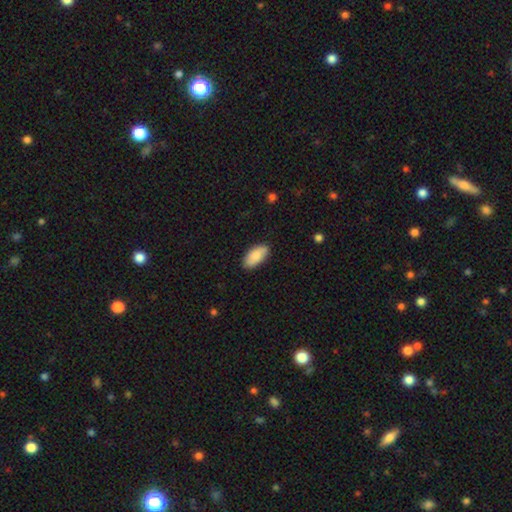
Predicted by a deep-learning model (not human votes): smooth-or-featured: smooth: 86% | featured or disk: 8% | star or artifact: 6%
  how-rounded: in between: 93% | cigar-shaped: 5% | round: 2%
  merging: none: 86% | minor disturbance: 11% | major disturbance: 2% | merger: 1%